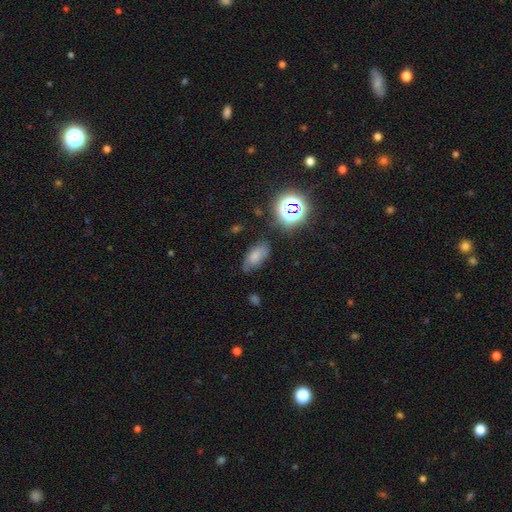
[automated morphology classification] This is likely a smooth galaxy (62%). How rounded: clearly in between (89%). Merging: likely none (64%).